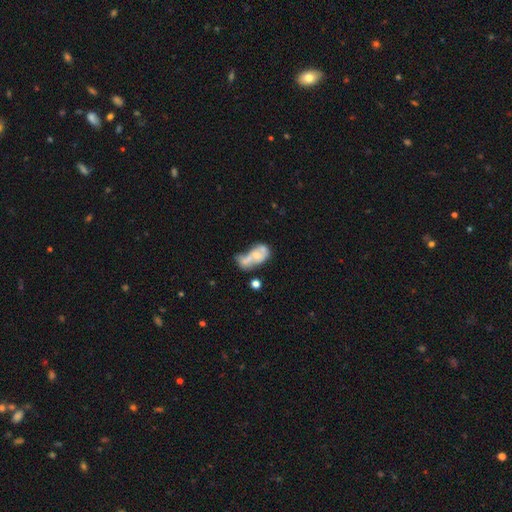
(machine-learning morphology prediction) This is possibly a featured or disk galaxy (46%). Merging: possibly merger (52%).